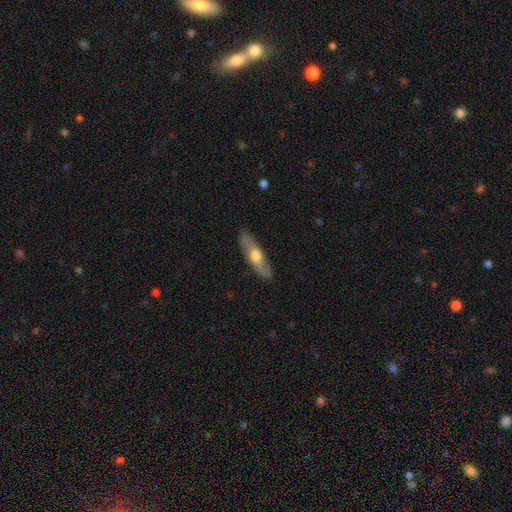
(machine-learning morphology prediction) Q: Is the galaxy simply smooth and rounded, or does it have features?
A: featured or disk — 50%.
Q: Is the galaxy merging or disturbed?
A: none — 86%.